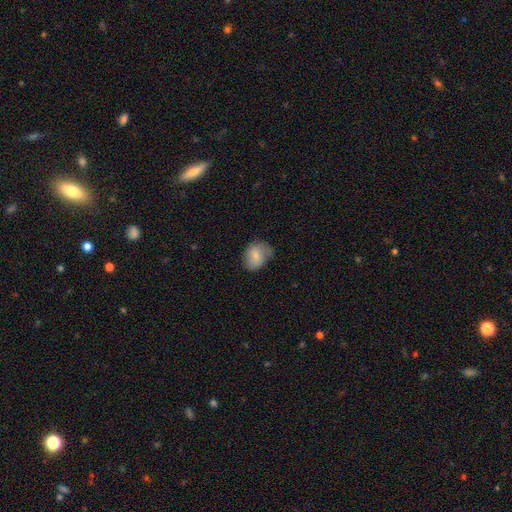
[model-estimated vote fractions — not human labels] Smooth or featured? smooth (73%)
How rounded? in between (55%)
Merging? none (59%)